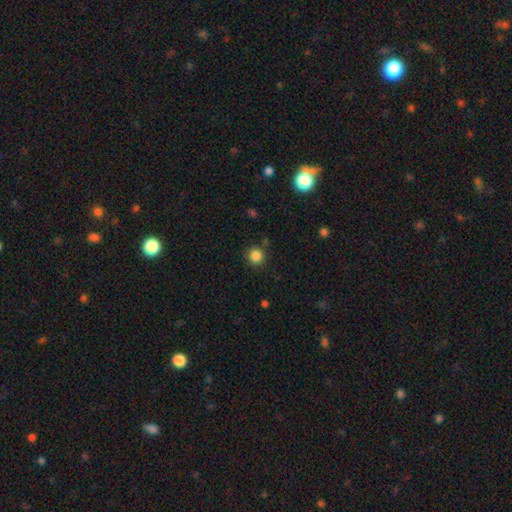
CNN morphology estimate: smooth-or-featured: smooth: 85% | star or artifact: 11% | featured or disk: 4%
  how-rounded: round: 93% | in between: 6% | cigar-shaped: 1%
  merging: none: 87% | minor disturbance: 8% | merger: 3% | major disturbance: 3%